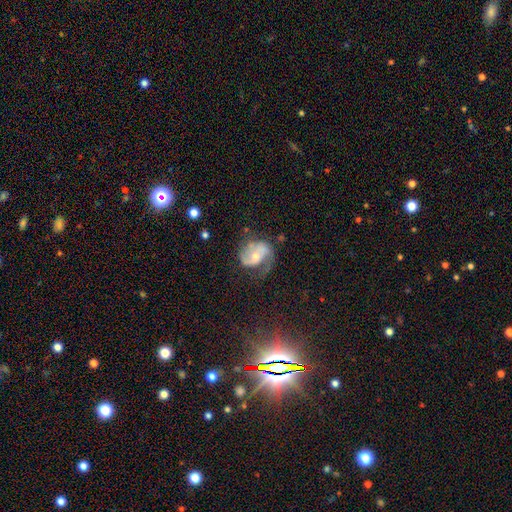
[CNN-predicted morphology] type=featured or disk (76%); edge-on=no (97%); bar=no (49%); spiral arms=yes (91%); winding=medium (47%); arm count=2 (78%); bulge=moderate (53%); merging=none (54%).